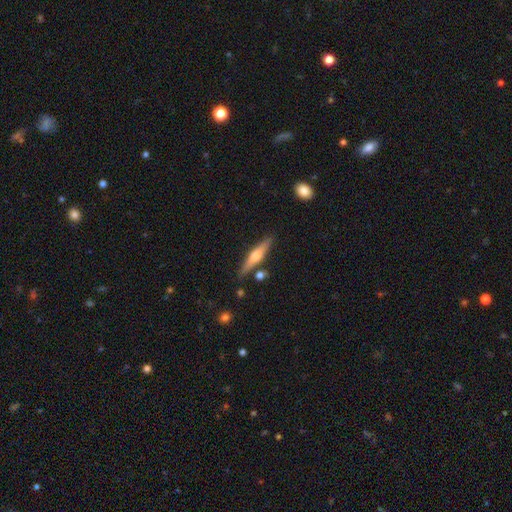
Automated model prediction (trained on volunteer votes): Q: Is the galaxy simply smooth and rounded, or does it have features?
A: featured or disk — 51%.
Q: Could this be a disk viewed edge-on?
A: yes — 95%.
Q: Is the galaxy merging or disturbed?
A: none — 83%.